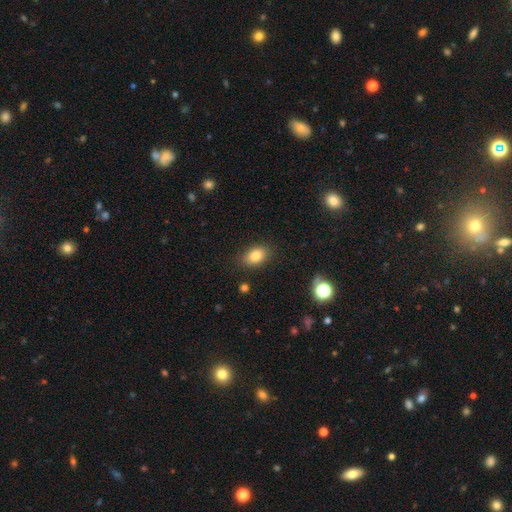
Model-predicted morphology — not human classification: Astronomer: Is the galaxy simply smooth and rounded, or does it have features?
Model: smooth — 82%.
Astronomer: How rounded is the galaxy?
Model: in between — 81%.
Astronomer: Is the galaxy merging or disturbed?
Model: none — 86%.